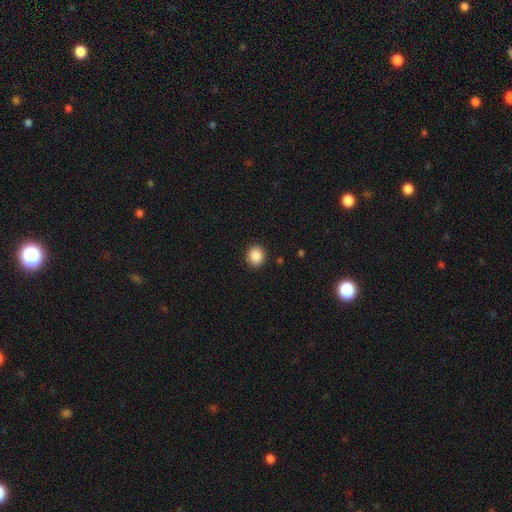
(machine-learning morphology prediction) smooth 89%, star or artifact 9%, featured or disk 3%. Down the decision tree: how rounded — round (83%); merging — none (91%).